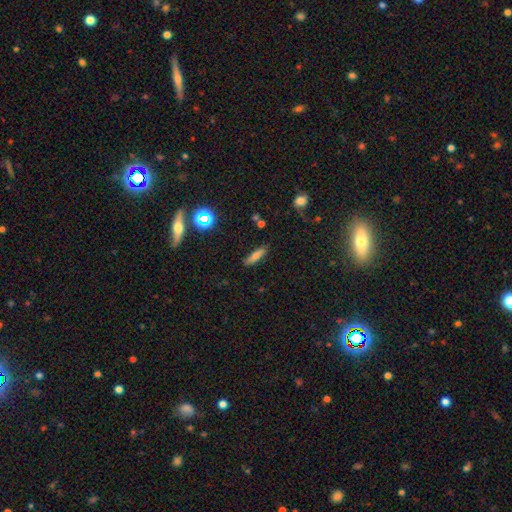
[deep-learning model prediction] A smooth galaxy with no disk features (64%) that is cigar-shaped (70%). Merging: none (83%).